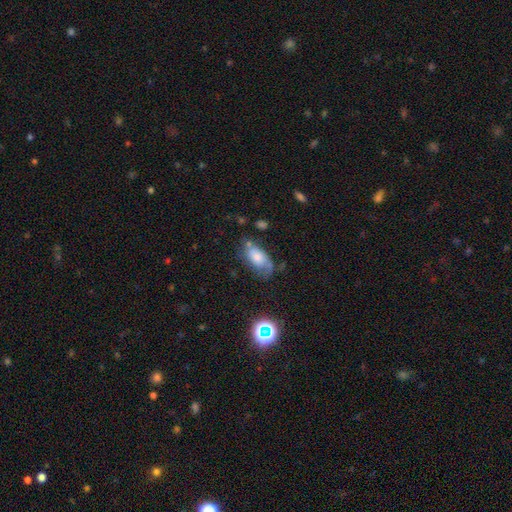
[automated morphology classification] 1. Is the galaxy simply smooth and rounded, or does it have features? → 55% smooth, 32% featured or disk, 12% star or artifact.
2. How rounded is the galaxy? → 89% in between, 6% round, 6% cigar-shaped.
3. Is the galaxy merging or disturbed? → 47% none, 31% minor disturbance, 16% major disturbance, 6% merger.